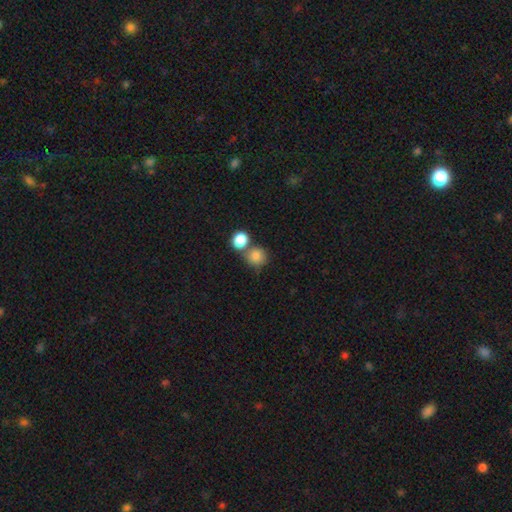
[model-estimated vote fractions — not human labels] Smooth or featured?
  - smooth: 83% *
  - star or artifact: 10%
  - featured or disk: 7%
How rounded?
  - round: 84% *
  - in between: 15%
  - cigar-shaped: 1%
Merging?
  - none: 53% *
  - merger: 34%
  - minor disturbance: 10%
  - major disturbance: 4%